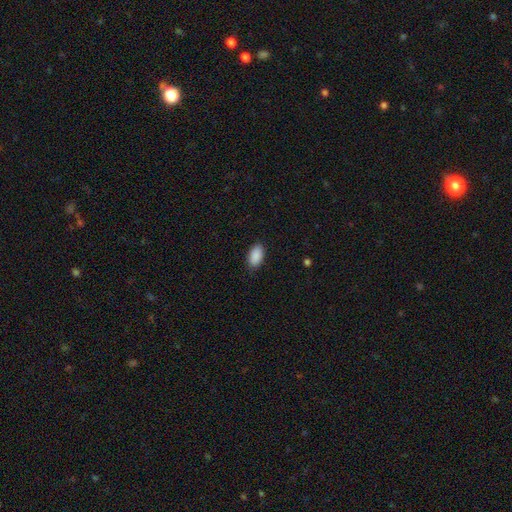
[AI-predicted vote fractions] smooth 90%, star or artifact 7%, featured or disk 3%. Down the decision tree: how rounded — in between (94%); merging — none (87%).